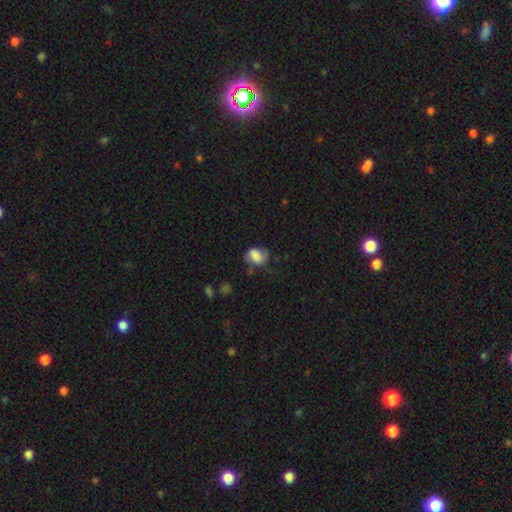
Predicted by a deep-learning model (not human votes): This appears to be a smooth galaxy with no disk features (70%) that is in between round and cigar-shaped (60%). Merging: none (47%).